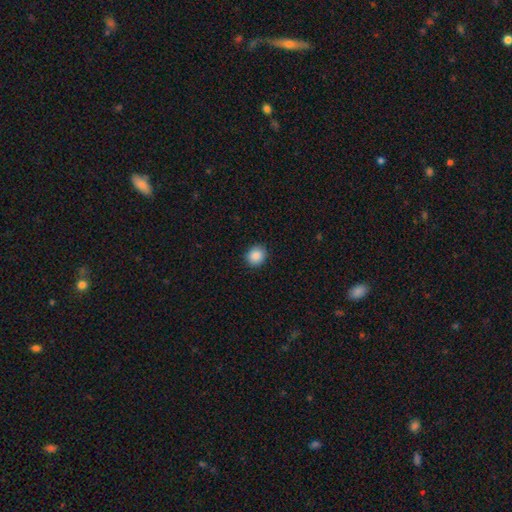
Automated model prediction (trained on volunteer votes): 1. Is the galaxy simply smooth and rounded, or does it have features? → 88% smooth, 9% star or artifact, 3% featured or disk.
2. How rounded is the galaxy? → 74% round, 25% in between, 1% cigar-shaped.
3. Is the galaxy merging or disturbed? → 90% none, 8% minor disturbance, 2% major disturbance, 1% merger.